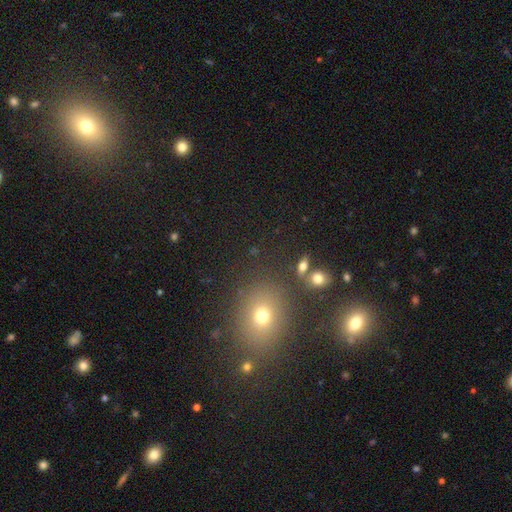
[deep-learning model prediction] Smooth or featured?
  - smooth: 55% *
  - star or artifact: 34%
  - featured or disk: 10%
How rounded?
  - round: 55% *
  - in between: 44%
  - cigar-shaped: 2%
Merging?
  - none: 83% *
  - minor disturbance: 9%
  - merger: 5%
  - major disturbance: 4%